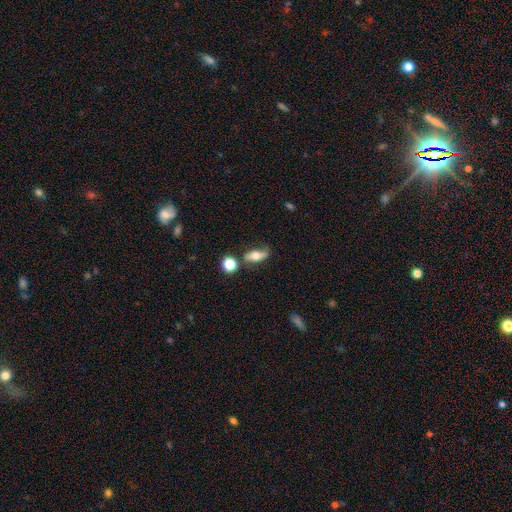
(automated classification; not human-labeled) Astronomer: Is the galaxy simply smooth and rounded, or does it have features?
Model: smooth — 55% (runner-up: featured or disk, 35%).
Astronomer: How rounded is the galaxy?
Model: in between — 66%.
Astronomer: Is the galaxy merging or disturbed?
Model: none — 61%.